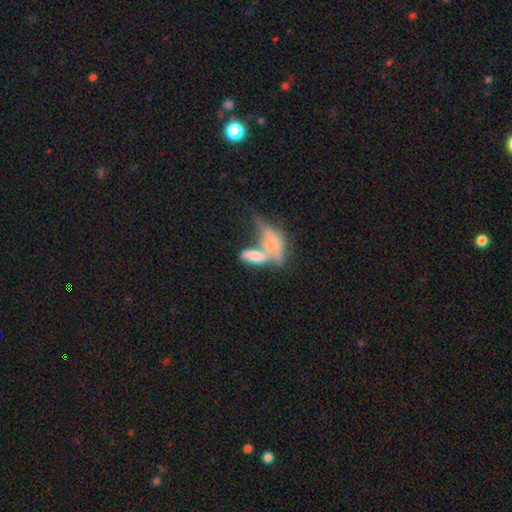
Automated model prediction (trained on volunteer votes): Smooth or featured? Predicted: smooth (p=0.57). How rounded? Predicted: in between (p=0.74). Merging? Predicted: merger (p=0.64).